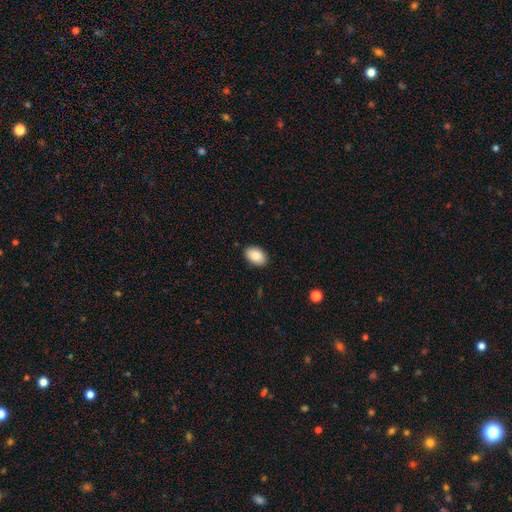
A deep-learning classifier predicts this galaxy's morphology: This is clearly a smooth galaxy (89%). How rounded: clearly in between (90%). Merging: clearly none (89%).